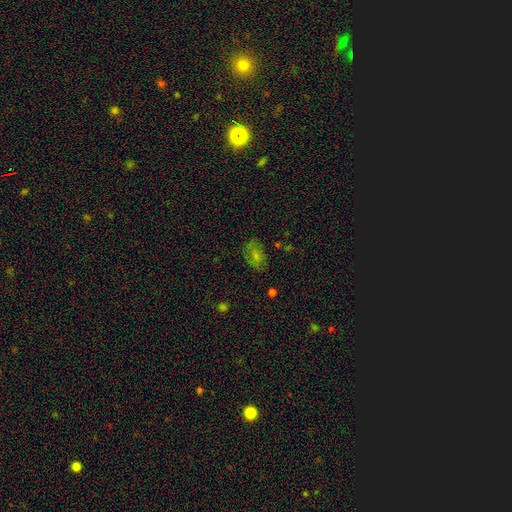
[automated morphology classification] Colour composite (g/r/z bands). It shows a smooth galaxy with no disk features (65%) that is in between round and cigar-shaped (85%). Merging: none (70%).